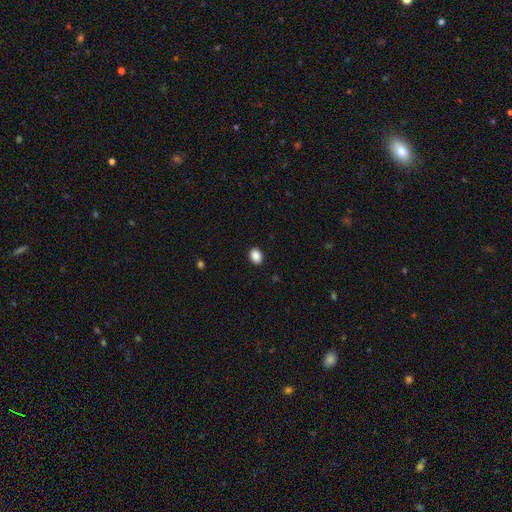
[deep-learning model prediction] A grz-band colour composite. It shows a smooth galaxy with no disk features (89%) that is in between round and cigar-shaped (69%). Merging: none (91%).